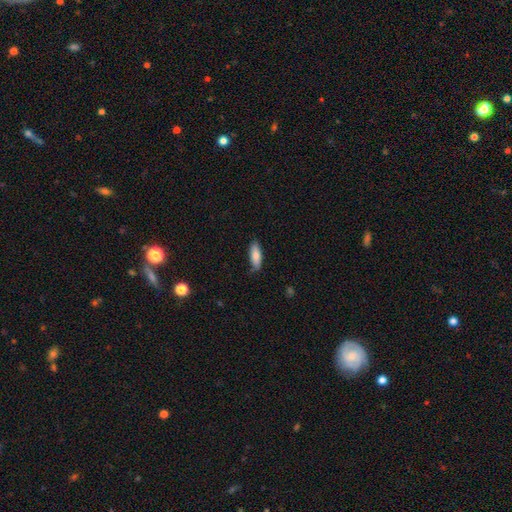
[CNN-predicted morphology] Smooth or featured: smooth — 82% (featured or disk — 11%)
How rounded: in between — 64% (cigar-shaped — 35%)
Merging: none — 77% (minor disturbance — 19%)